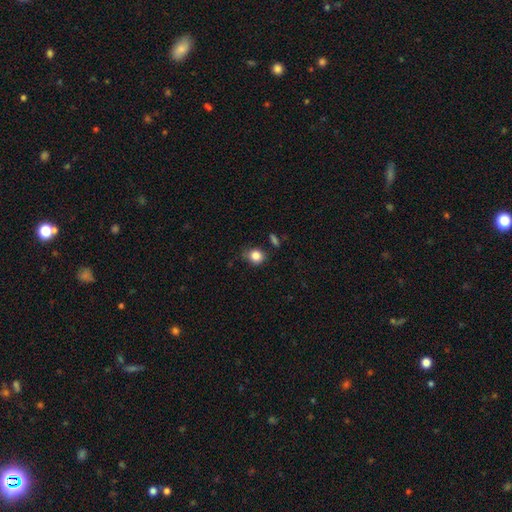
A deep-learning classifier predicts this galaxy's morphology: Smooth or featured? Predicted: smooth (p=0.84). How rounded? Predicted: round (p=0.70). Merging? Predicted: none (p=0.72).